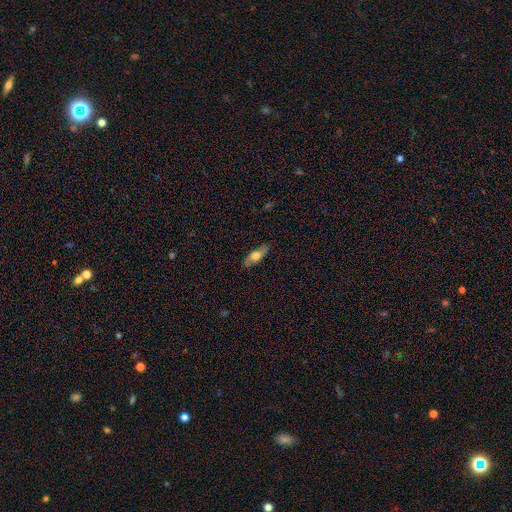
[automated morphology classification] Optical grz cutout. It shows a smooth galaxy with no disk features (56%) that is in between round and cigar-shaped (65%). Merging: none (81%).